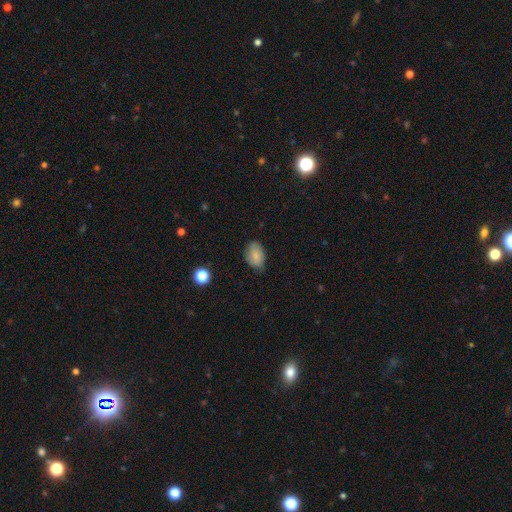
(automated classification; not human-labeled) smooth-or-featured: smooth: 80% | featured or disk: 11% | star or artifact: 8%
  how-rounded: in between: 86% | round: 12% | cigar-shaped: 1%
  merging: none: 70% | minor disturbance: 25% | major disturbance: 4% | merger: 1%